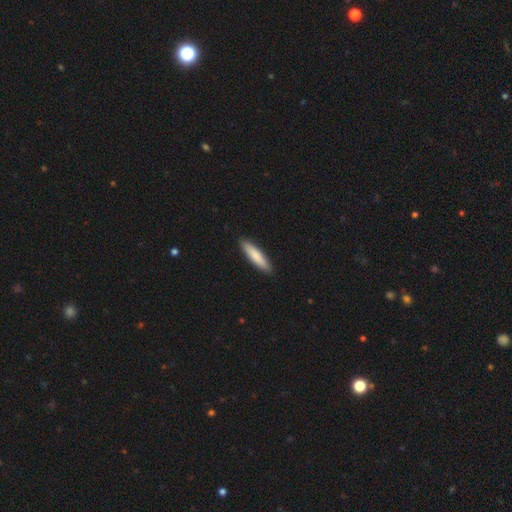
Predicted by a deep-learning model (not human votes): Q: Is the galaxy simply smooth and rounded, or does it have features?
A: smooth — 82%.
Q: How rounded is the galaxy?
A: cigar-shaped — 80%.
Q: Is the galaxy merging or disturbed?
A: none — 91%.